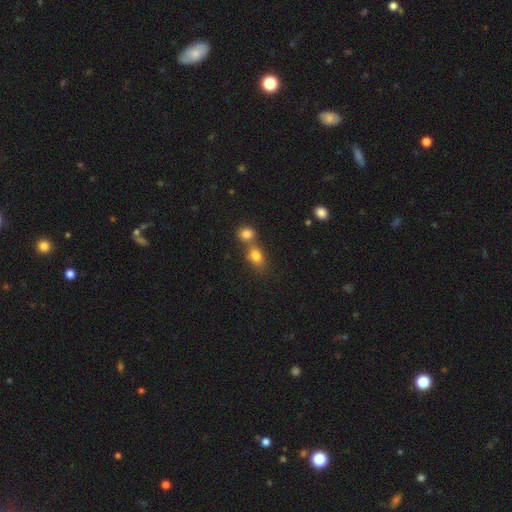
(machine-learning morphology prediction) Smooth or featured?
  - smooth: 80% *
  - star or artifact: 11%
  - featured or disk: 9%
How rounded?
  - in between: 61% *
  - round: 37%
  - cigar-shaped: 2%
Merging?
  - merger: 50% *
  - none: 38%
  - minor disturbance: 8%
  - major disturbance: 3%